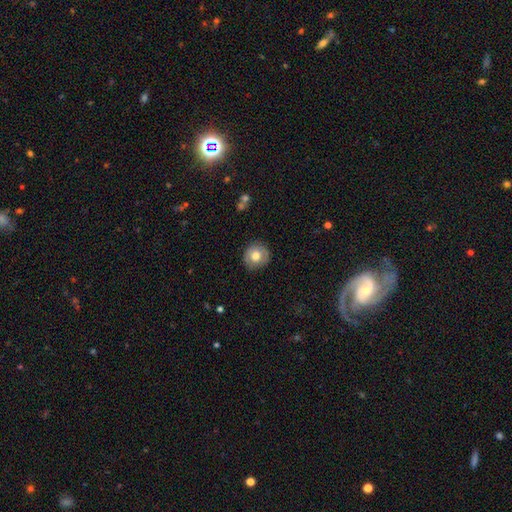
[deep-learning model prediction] This is likely a smooth galaxy (71%). How rounded: clearly round (91%). Merging: clearly none (87%).